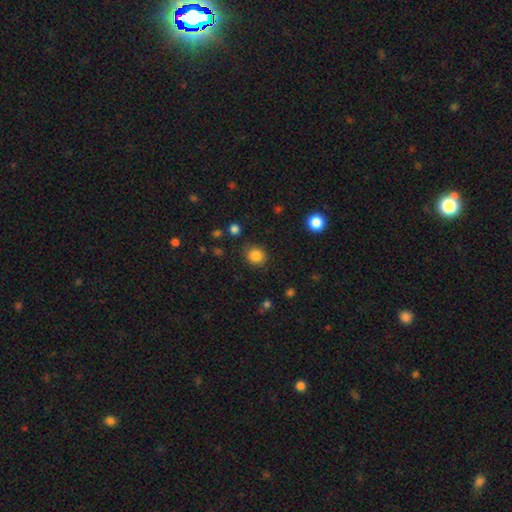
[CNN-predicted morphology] Smooth or featured?
  - smooth: 84% *
  - star or artifact: 11%
  - featured or disk: 5%
How rounded?
  - round: 83% *
  - in between: 17%
  - cigar-shaped: 1%
Merging?
  - none: 82% *
  - minor disturbance: 12%
  - major disturbance: 3%
  - merger: 2%